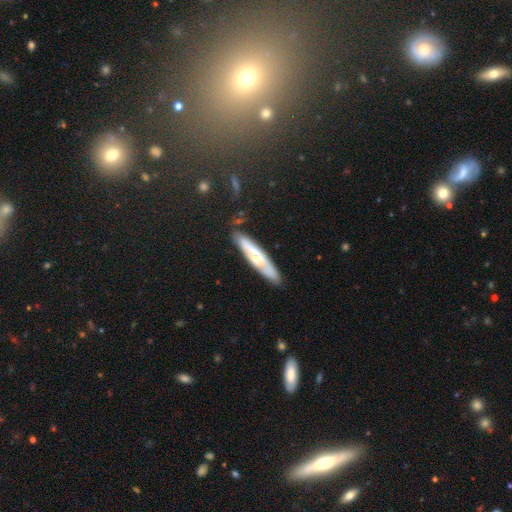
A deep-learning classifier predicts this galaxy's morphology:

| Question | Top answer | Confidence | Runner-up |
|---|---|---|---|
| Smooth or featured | smooth | 50% | featured or disk (44%) |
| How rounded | cigar-shaped | 88% | in between (11%) |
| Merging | none | 80% | minor disturbance (15%) |